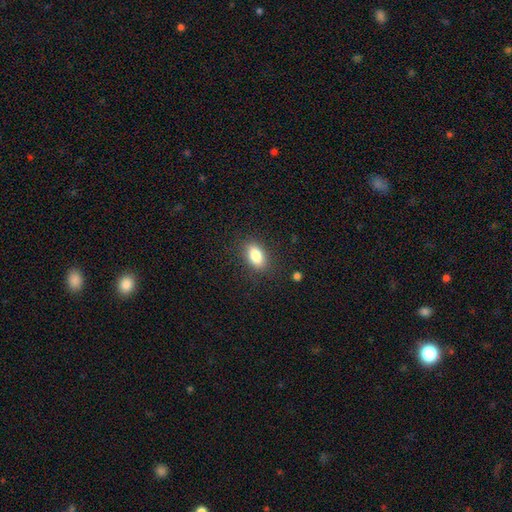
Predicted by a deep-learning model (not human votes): Overall: smooth (84%). How rounded: in between (88%). Merging: none (85%).